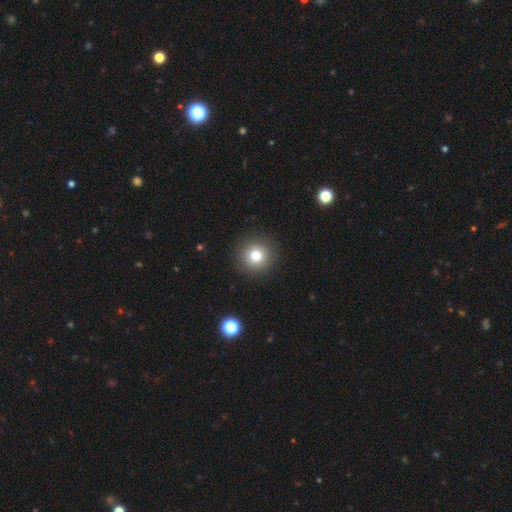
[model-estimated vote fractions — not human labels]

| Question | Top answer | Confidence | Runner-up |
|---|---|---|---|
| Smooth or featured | smooth | 78% | star or artifact (12%) |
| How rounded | round | 95% | in between (4%) |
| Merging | none | 91% | minor disturbance (5%) |